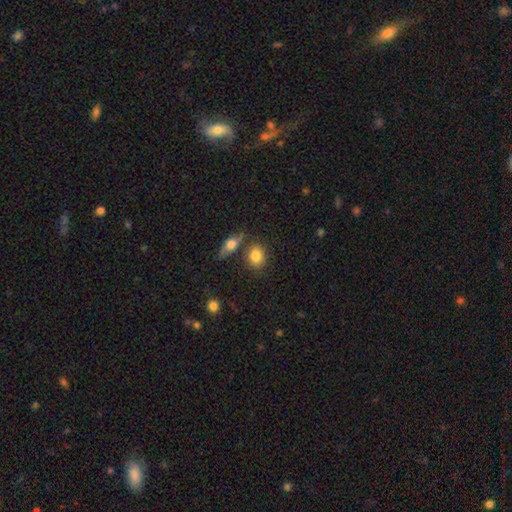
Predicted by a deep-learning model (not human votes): Q: Smooth or featured?
A: smooth (83%); runner-up: featured or disk (9%)
Q: How rounded?
A: round (52%); runner-up: in between (46%)
Q: Merging?
A: none (72%); runner-up: merger (14%)